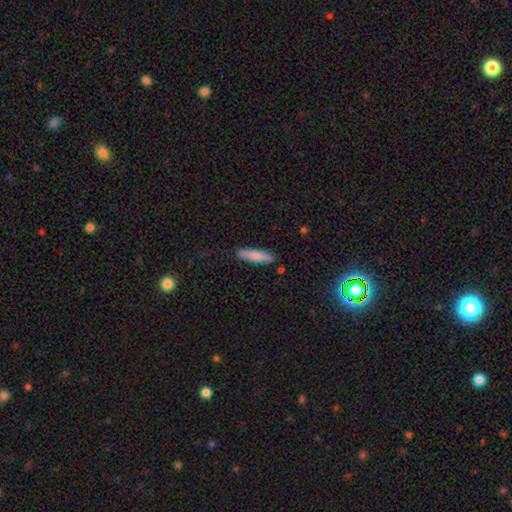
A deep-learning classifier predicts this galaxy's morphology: Q: Smooth or featured?
A: smooth (81%); runner-up: featured or disk (13%)
Q: How rounded?
A: cigar-shaped (81%); runner-up: in between (17%)
Q: Merging?
A: none (87%); runner-up: minor disturbance (9%)